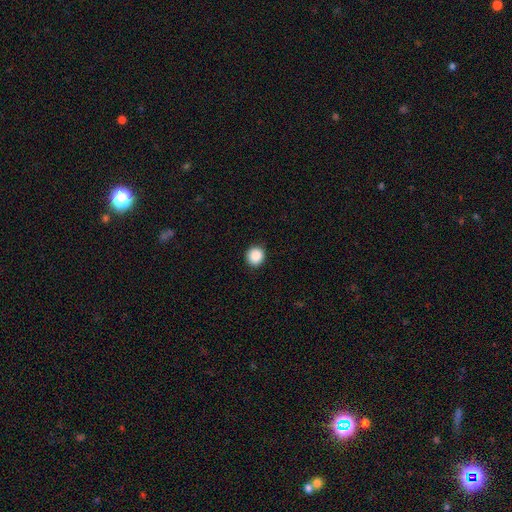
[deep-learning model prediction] Q: Smooth or featured?
A: smooth (88%); runner-up: star or artifact (9%)
Q: How rounded?
A: round (91%); runner-up: in between (8%)
Q: Merging?
A: none (91%); runner-up: minor disturbance (6%)